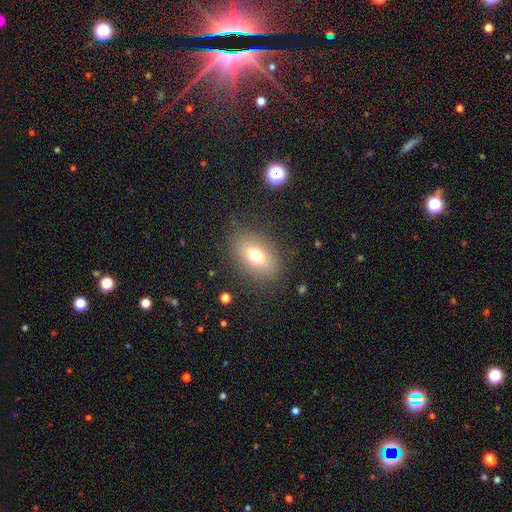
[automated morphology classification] smooth 72%, featured or disk 16%, star or artifact 12%. Down the decision tree: how rounded — in between (81%); merging — none (82%).